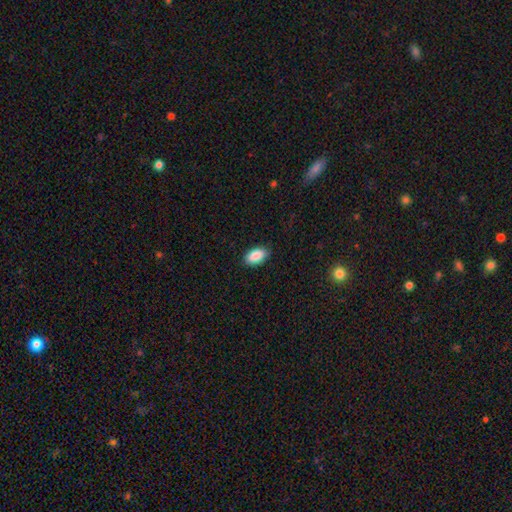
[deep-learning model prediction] This is clearly a smooth galaxy (89%). How rounded: clearly in between (94%). Merging: clearly none (88%).